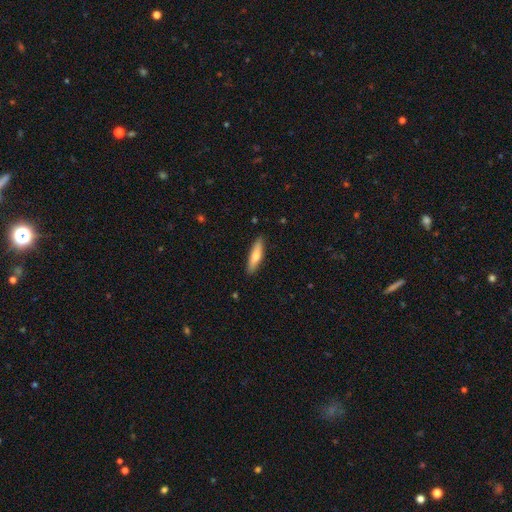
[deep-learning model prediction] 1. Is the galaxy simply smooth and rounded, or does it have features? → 70% smooth, 25% featured or disk, 5% star or artifact.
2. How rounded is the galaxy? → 74% cigar-shaped, 24% in between, 2% round.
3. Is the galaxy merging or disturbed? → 87% none, 10% minor disturbance, 2% major disturbance, 1% merger.